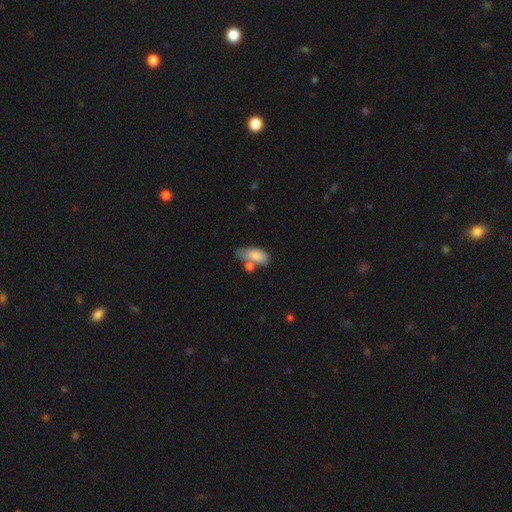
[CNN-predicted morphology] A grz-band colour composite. It shows a smooth galaxy with no disk features (80%) that is in between round and cigar-shaped (88%). Merging: none (39%).